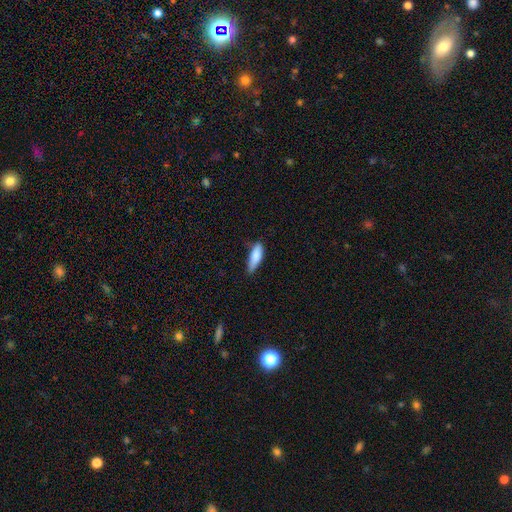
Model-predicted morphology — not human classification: Overall: smooth (84%). How rounded: in between (61%; cigar-shaped 37%). Merging: none (61%; minor disturbance 32%).